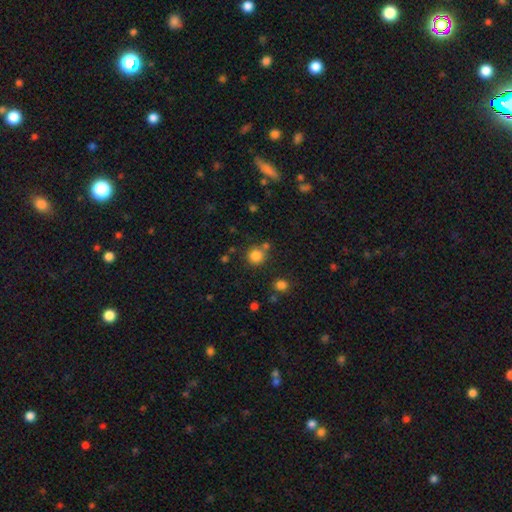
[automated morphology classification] Smooth or featured? smooth (82%)
How rounded? round (90%)
Merging? none (70%)